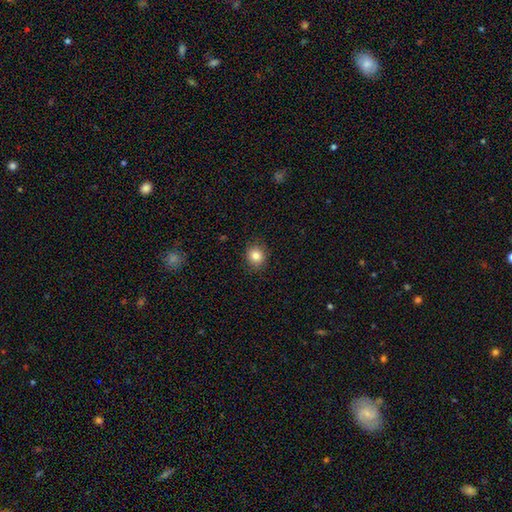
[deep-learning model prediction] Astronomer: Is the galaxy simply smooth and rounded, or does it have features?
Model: smooth — 83%.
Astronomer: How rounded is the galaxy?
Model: round — 80%.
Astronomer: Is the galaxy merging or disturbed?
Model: none — 89%.